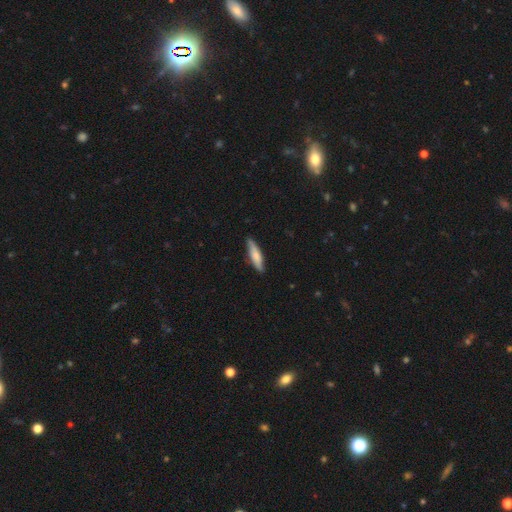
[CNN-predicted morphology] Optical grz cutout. It shows a smooth galaxy with no disk features (67%) that is cigar-shaped (76%). Merging: none (84%).